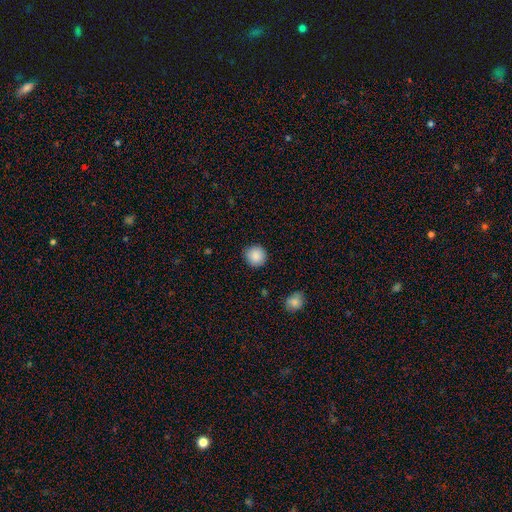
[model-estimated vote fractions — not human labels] Smooth or featured? Predicted: smooth (p=0.89). How rounded? Predicted: round (p=0.93). Merging? Predicted: none (p=0.90).